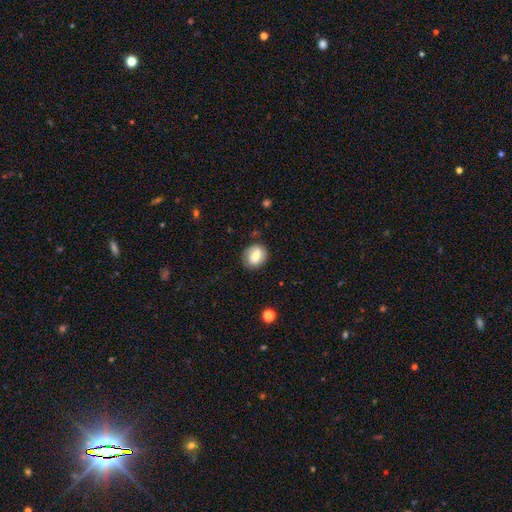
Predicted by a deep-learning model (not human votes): Q: Smooth or featured?
A: smooth (65%); runner-up: featured or disk (27%)
Q: How rounded?
A: round (55%); runner-up: in between (44%)
Q: Merging?
A: none (78%); runner-up: minor disturbance (15%)